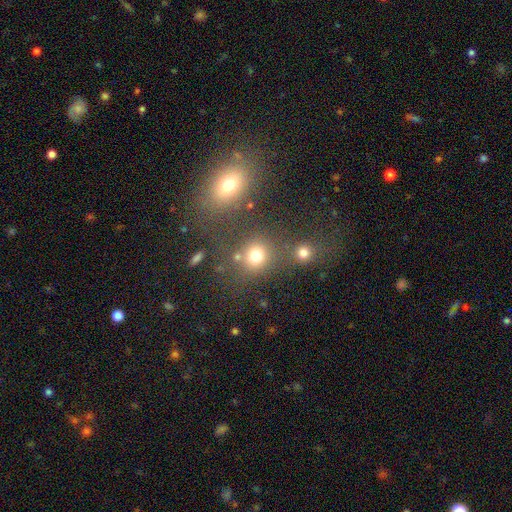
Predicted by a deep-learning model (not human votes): smooth-or-featured: smooth: 76% | star or artifact: 17% | featured or disk: 8%
  how-rounded: round: 80% | in between: 18% | cigar-shaped: 1%
  merging: none: 64% | merger: 20% | minor disturbance: 10% | major disturbance: 6%